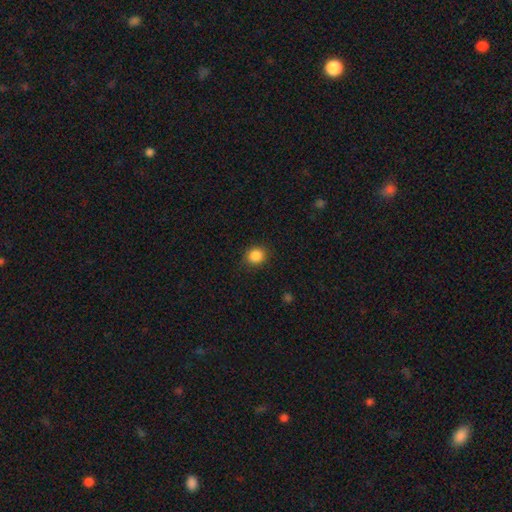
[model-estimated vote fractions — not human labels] A smooth galaxy with no disk features (87%) that is round (82%). Merging: none (88%).